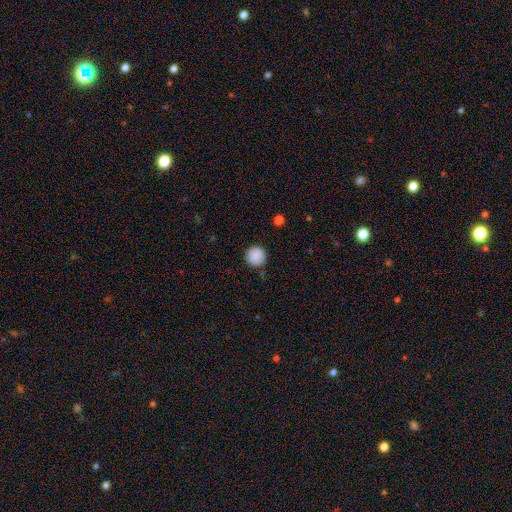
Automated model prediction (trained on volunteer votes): Overall: smooth (88%). How rounded: round (95%). Merging: none (89%).